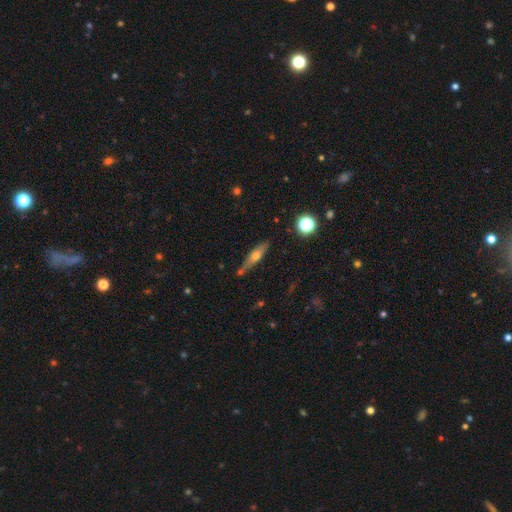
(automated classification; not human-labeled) smooth-or-featured: featured or disk: 47% | smooth: 44% | star or artifact: 9%
  merging: none: 71% | minor disturbance: 18% | merger: 6% | major disturbance: 4%